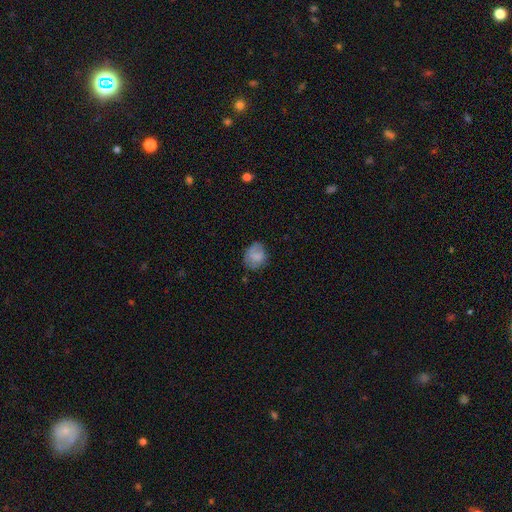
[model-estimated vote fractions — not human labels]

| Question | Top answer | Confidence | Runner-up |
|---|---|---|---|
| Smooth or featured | smooth | 76% | featured or disk (15%) |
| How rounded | round | 57% | in between (42%) |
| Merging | none | 61% | minor disturbance (27%) |